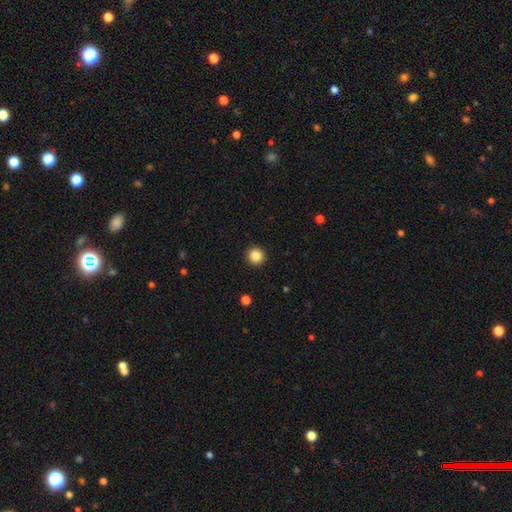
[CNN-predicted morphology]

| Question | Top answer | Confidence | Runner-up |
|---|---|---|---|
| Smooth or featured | smooth | 86% | star or artifact (10%) |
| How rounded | round | 95% | in between (4%) |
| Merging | none | 93% | minor disturbance (4%) |